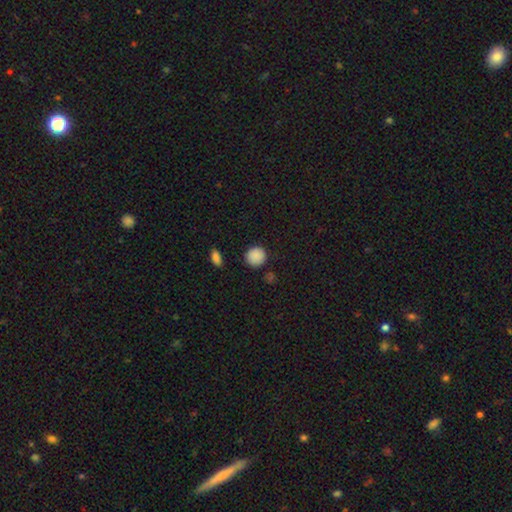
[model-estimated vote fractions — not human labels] Overall: smooth (88%). How rounded: round (90%). Merging: none (86%).